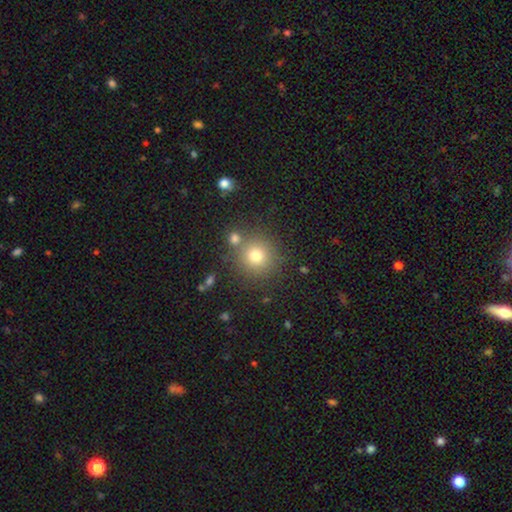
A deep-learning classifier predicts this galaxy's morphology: smooth_or_featured: smooth (p=0.76) [alt: star or artifact p=0.15]
how_rounded: round (p=0.93) [alt: in between p=0.06]
merging: none (p=0.77) [alt: merger p=0.11]